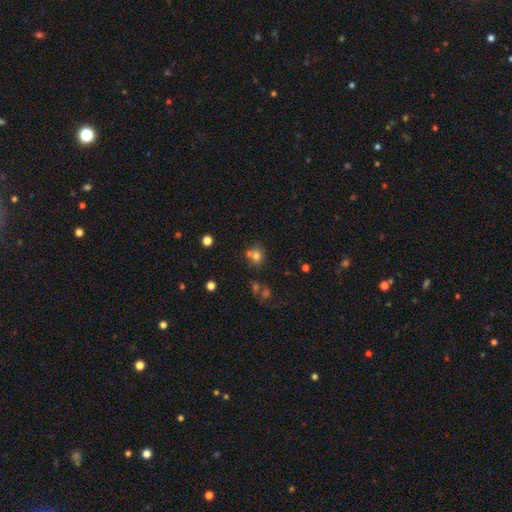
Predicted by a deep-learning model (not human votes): Q: Smooth or featured?
A: smooth (72%); runner-up: star or artifact (17%)
Q: How rounded?
A: round (73%); runner-up: in between (26%)
Q: Merging?
A: none (52%); runner-up: merger (32%)